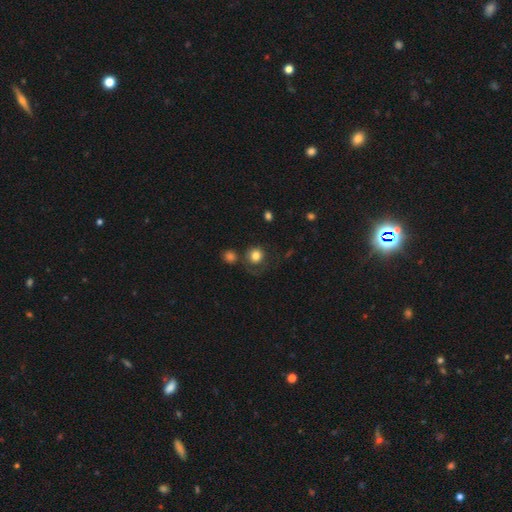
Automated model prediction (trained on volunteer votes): Smooth or featured: smooth — 80% (star or artifact — 10%)
How rounded: round — 86% (in between — 13%)
Merging: none — 61% (minor disturbance — 16%)